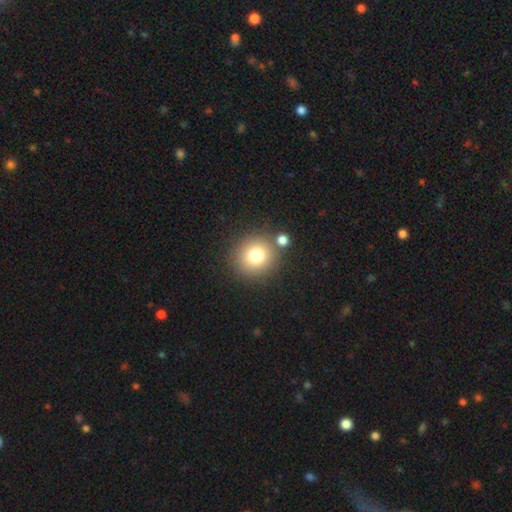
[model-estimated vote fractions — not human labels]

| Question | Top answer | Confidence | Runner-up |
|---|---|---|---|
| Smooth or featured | smooth | 78% | star or artifact (12%) |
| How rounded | round | 90% | in between (9%) |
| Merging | none | 80% | merger (9%) |